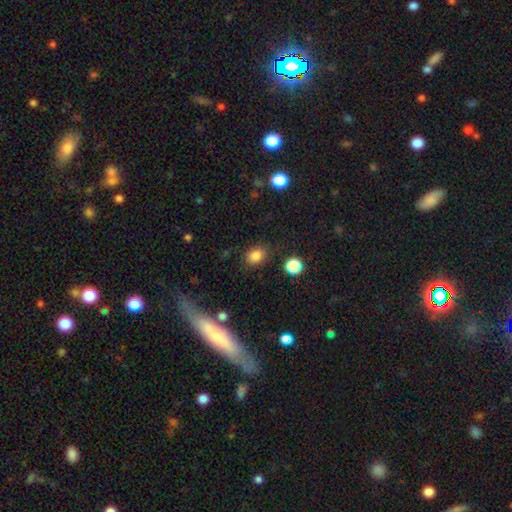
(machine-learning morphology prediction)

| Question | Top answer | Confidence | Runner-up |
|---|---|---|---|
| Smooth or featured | smooth | 82% | star or artifact (12%) |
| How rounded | in between | 54% | round (45%) |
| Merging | none | 82% | minor disturbance (11%) |